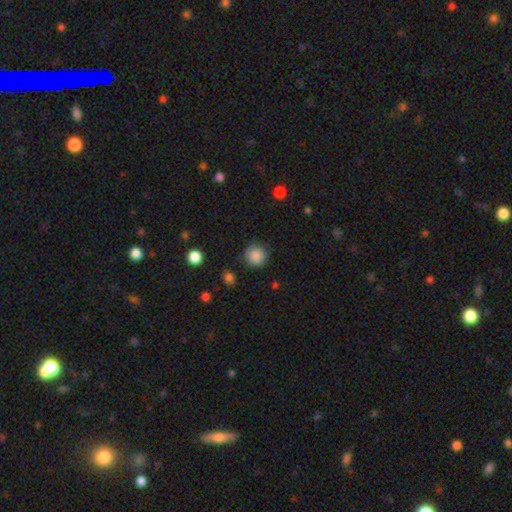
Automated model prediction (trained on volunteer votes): The model was most divided on "merging": none: 86%, minor disturbance: 10%, major disturbance: 3%, merger: 1%. More confident: how rounded — round (94%); smooth or featured — smooth (87%).